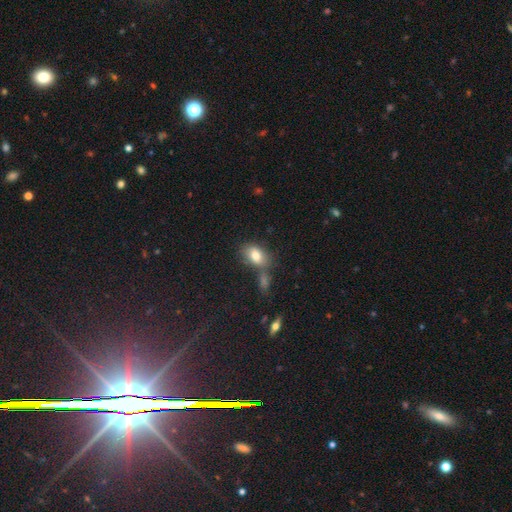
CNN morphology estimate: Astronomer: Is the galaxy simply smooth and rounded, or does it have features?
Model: smooth — 81%.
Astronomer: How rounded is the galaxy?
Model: in between — 87%.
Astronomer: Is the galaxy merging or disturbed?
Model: none — 56%.